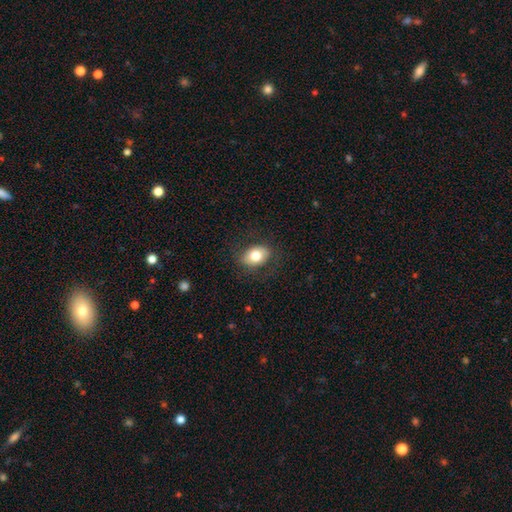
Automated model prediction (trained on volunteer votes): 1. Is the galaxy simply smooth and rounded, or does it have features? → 75% smooth, 17% featured or disk, 8% star or artifact.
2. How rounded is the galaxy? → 77% in between, 22% round, 1% cigar-shaped.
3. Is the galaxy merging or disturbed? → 82% none, 12% minor disturbance, 5% major disturbance, 1% merger.